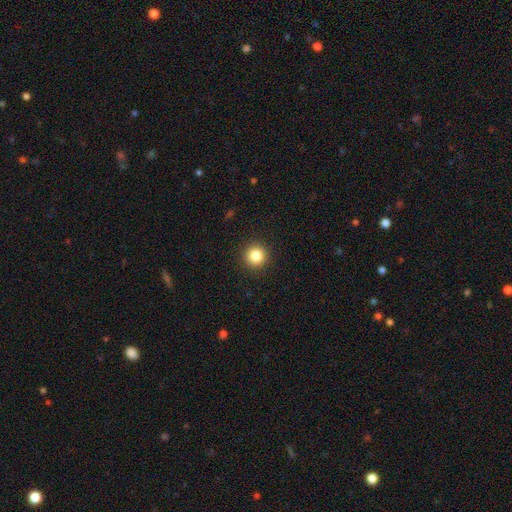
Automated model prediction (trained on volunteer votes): This is clearly a smooth galaxy (85%). How rounded: clearly round (95%). Merging: clearly none (92%).